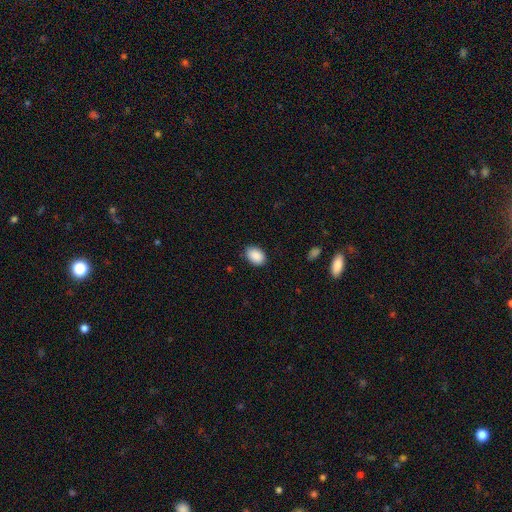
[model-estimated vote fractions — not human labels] This appears to be a smooth galaxy with no disk features (90%) that is in between round and cigar-shaped (81%). Merging: none (86%).